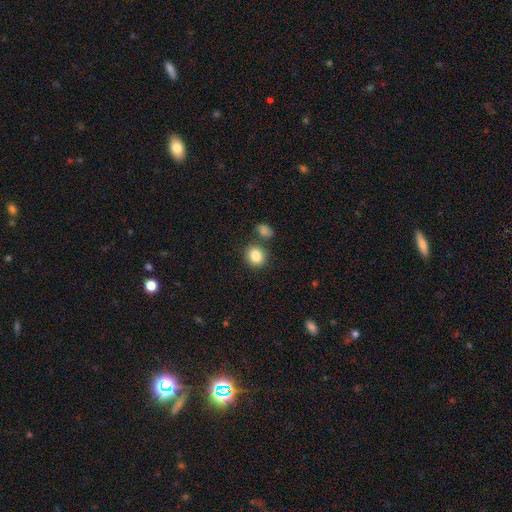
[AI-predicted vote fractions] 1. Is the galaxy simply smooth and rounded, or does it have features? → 84% smooth, 10% star or artifact, 6% featured or disk.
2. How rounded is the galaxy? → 74% round, 25% in between, 1% cigar-shaped.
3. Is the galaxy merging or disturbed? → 76% none, 11% minor disturbance, 10% merger, 3% major disturbance.